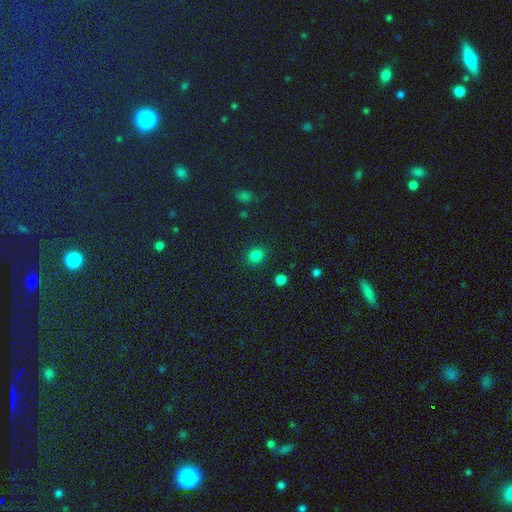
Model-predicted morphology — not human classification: A smooth galaxy with no disk features (82%) that is round (69%). Merging: none (86%).